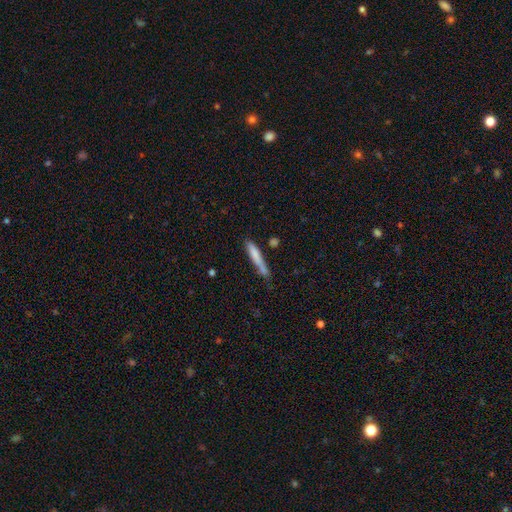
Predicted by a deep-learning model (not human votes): The model was most divided on "merging": none: 60%, minor disturbance: 23%, merger: 11%, major disturbance: 6%. More confident: how rounded — cigar-shaped (92%); smooth or featured — smooth (73%).